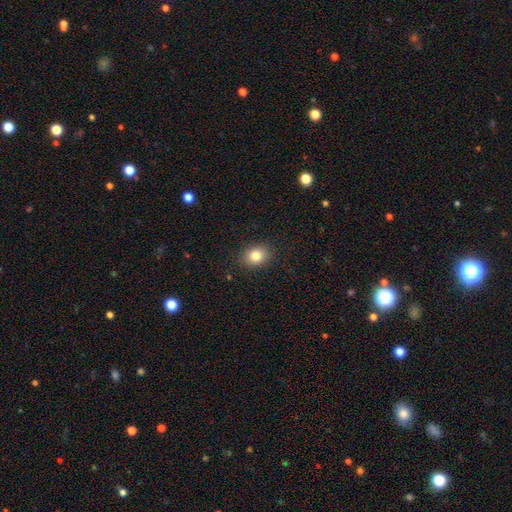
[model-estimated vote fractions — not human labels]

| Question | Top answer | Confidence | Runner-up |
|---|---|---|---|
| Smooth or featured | smooth | 82% | star or artifact (10%) |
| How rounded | in between | 51% | round (48%) |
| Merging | none | 88% | minor disturbance (8%) |